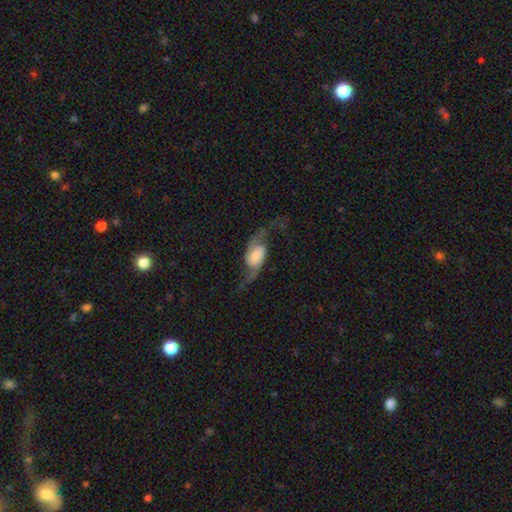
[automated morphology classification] Q: Smooth or featured?
A: featured or disk (78%); runner-up: smooth (15%)
Q: Edge-on disk?
A: no (92%); runner-up: yes (8%)
Q: Bar?
A: no (56%); runner-up: weak (32%)
Q: Spiral arms?
A: yes (94%); runner-up: no (6%)
Q: Spiral winding?
A: loose (81%); runner-up: medium (15%)
Q: Spiral arm count?
A: 2 (93%); runner-up: 1 (2%)
Q: Bulge size?
A: large (33%); runner-up: moderate (23%)
Q: Merging?
A: none (59%); runner-up: major disturbance (22%)